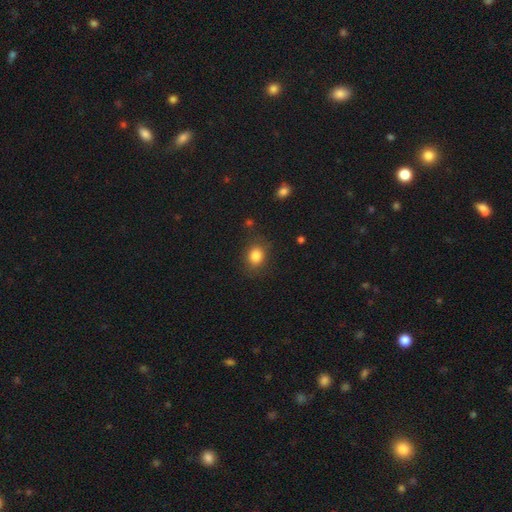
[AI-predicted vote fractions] Smooth or featured? Predicted: smooth (p=0.84). How rounded? Predicted: round (p=0.60). Merging? Predicted: none (p=0.81).